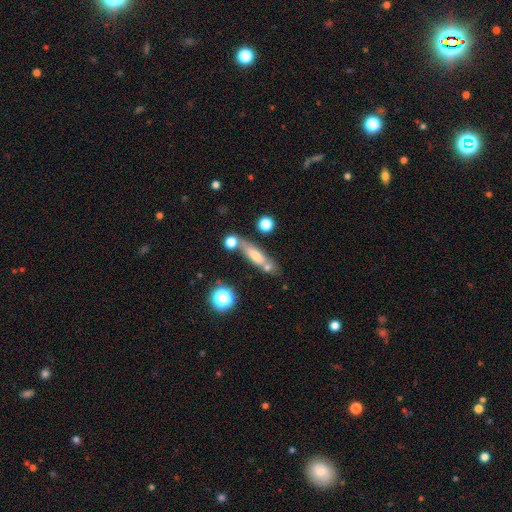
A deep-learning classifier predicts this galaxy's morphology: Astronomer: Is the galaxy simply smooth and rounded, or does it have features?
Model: smooth — 54% (runner-up: featured or disk, 35%).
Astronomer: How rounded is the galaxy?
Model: cigar-shaped — 68%.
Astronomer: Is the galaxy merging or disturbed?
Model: none — 61%.